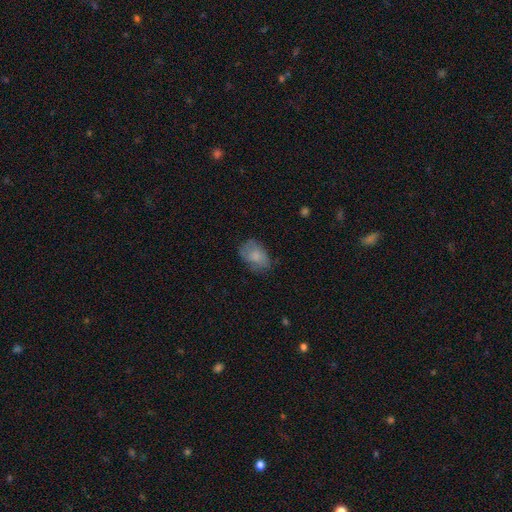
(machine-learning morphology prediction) Q: Smooth or featured?
A: smooth (74%); runner-up: featured or disk (18%)
Q: How rounded?
A: in between (83%); runner-up: round (16%)
Q: Merging?
A: none (64%); runner-up: minor disturbance (25%)